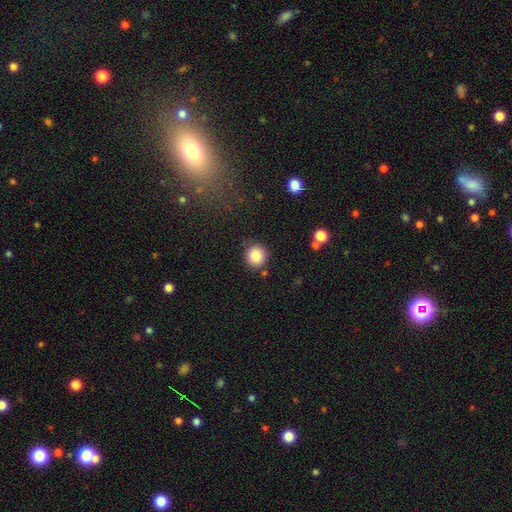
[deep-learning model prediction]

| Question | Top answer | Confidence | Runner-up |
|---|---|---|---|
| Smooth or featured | smooth | 84% | star or artifact (10%) |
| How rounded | round | 93% | in between (7%) |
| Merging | none | 85% | minor disturbance (9%) |